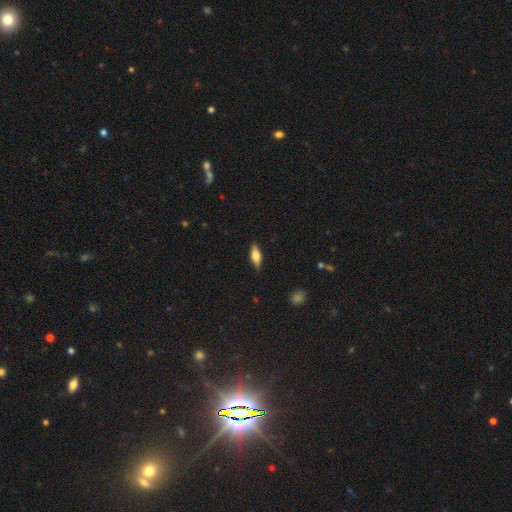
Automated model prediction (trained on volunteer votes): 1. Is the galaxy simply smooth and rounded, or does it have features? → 59% smooth, 35% featured or disk, 7% star or artifact.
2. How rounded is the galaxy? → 61% in between, 36% cigar-shaped, 3% round.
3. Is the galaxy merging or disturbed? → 87% none, 10% minor disturbance, 2% major disturbance, 1% merger.